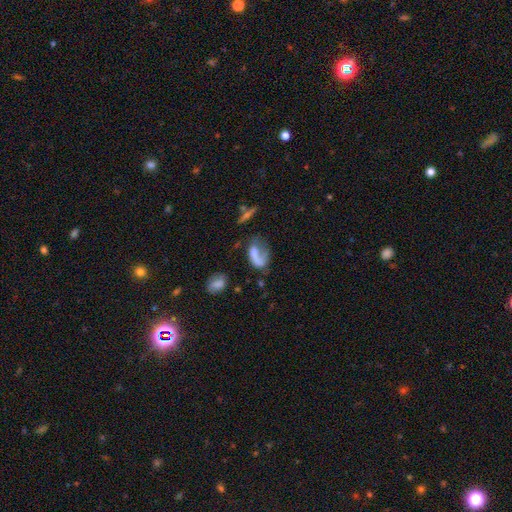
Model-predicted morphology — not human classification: smooth 49%, featured or disk 40%, star or artifact 11%. Down the decision tree: merging — major disturbance (43%).